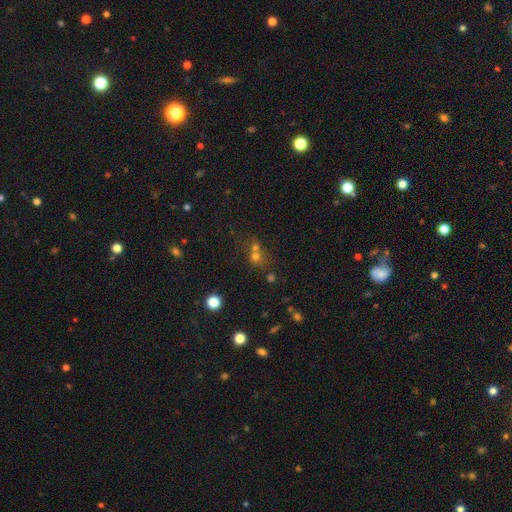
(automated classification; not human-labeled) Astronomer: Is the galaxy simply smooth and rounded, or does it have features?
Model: smooth — 58%.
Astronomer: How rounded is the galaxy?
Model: round — 83%.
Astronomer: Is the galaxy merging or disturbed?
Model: none — 45% (runner-up: merger, 44%).